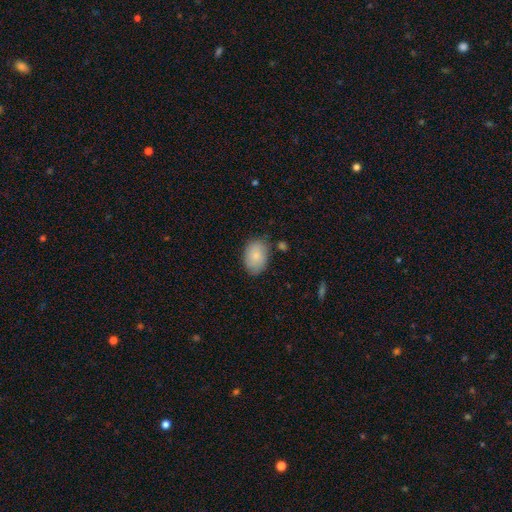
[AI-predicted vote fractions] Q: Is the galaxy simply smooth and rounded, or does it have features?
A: smooth — 85%.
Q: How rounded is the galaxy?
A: in between — 84%.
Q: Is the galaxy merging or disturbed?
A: none — 78%.